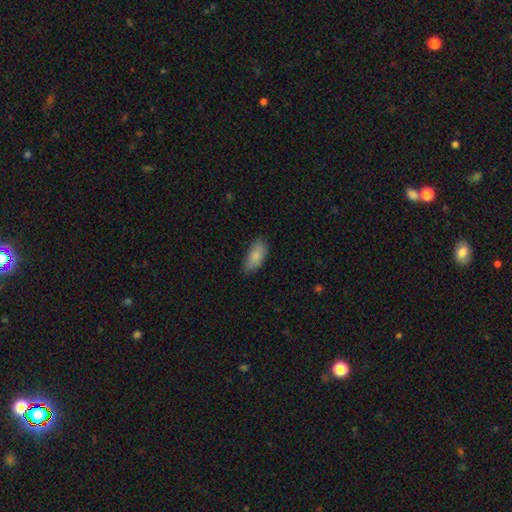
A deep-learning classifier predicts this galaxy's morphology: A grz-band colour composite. It shows a smooth galaxy with no disk features (86%) that is in between round and cigar-shaped (88%). Merging: none (77%).